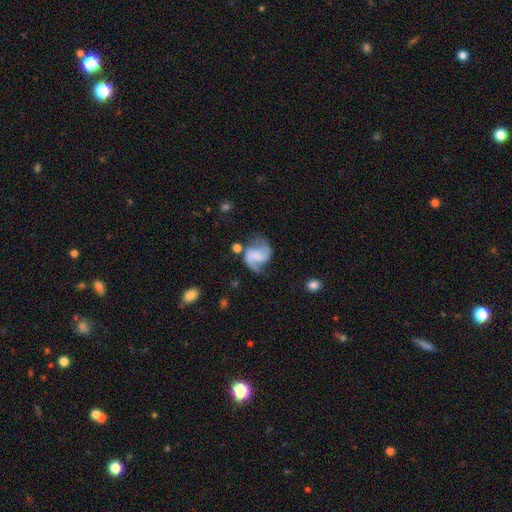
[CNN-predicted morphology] type=featured or disk (79%); edge-on=no (98%); bar=weak (41%); spiral arms=yes (94%); winding=loose (45%); arm count=2 (86%); bulge=none (56%); merging=none (57%).